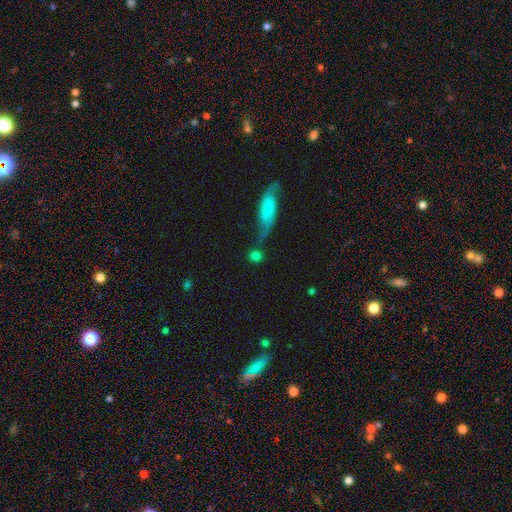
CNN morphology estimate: Overall: smooth (76%). How rounded: round (76%). Merging: none (55%; merger 24%).